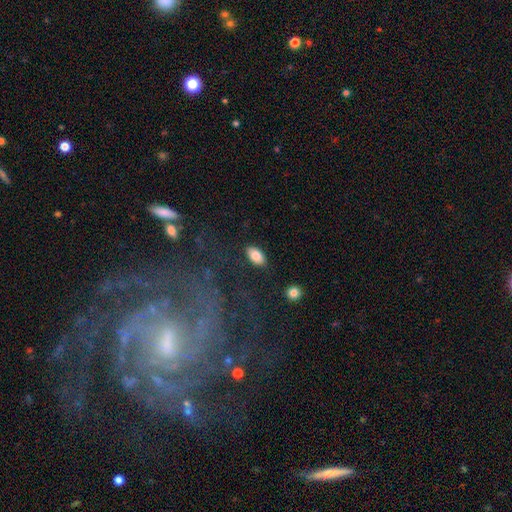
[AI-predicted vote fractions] A smooth galaxy with no disk features (82%) that is in between round and cigar-shaped (93%).

Vote fractions:
- Smooth or featured? smooth: 82% / featured or disk: 10% / star or artifact: 8%
- How rounded? in between: 93% / round: 4% / cigar-shaped: 3%
- Merging? none: 86% / minor disturbance: 10% / major disturbance: 3% / merger: 2%